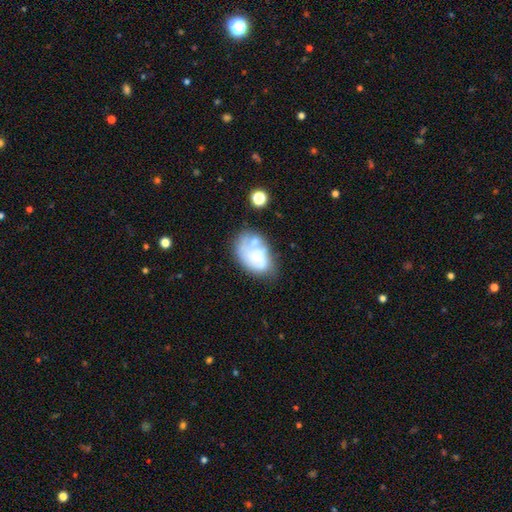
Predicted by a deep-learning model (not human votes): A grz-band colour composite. It shows a featured or disk galaxy (49%). Merging: none (36%).